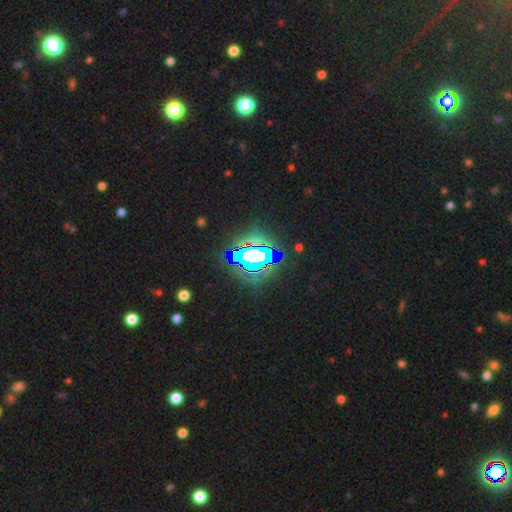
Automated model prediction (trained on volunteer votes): Smooth or featured: star or artifact — 68% (smooth — 16%)